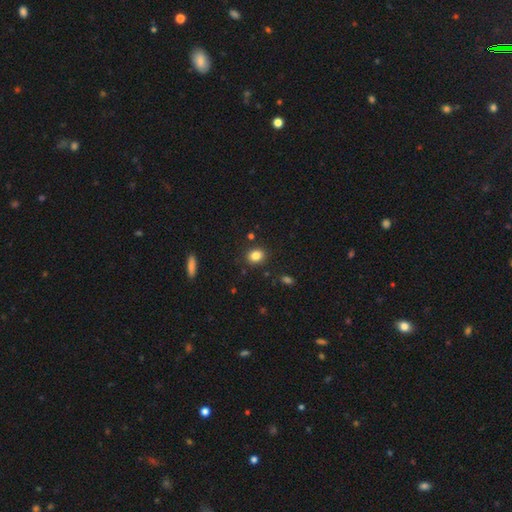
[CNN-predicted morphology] smooth-or-featured: smooth: 84% | star or artifact: 11% | featured or disk: 6%
  how-rounded: round: 53% | in between: 46% | cigar-shaped: 1%
  merging: none: 87% | minor disturbance: 9% | major disturbance: 2% | merger: 2%